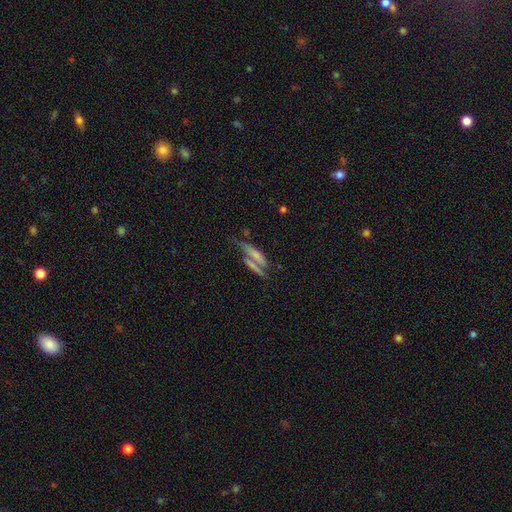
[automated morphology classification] This is possibly a featured or disk galaxy (45%). Merging: marginally none (41%).